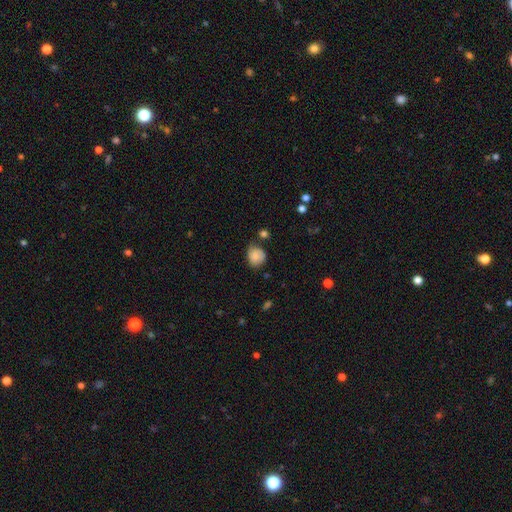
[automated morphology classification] smooth_or_featured: smooth (p=0.77) [alt: featured or disk p=0.14]
how_rounded: round (p=0.67) [alt: in between p=0.32]
merging: none (p=0.55) [alt: minor disturbance p=0.32]